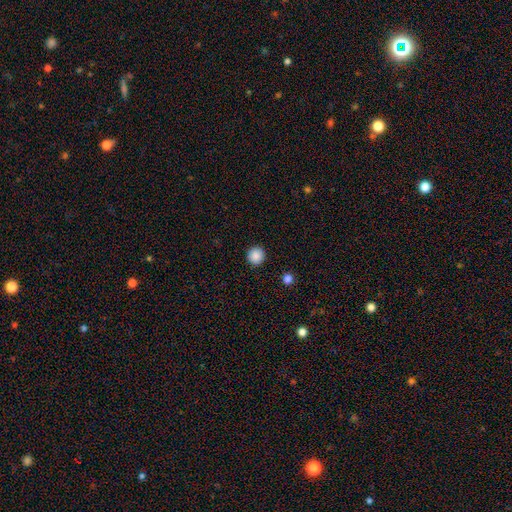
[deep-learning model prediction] smooth 88%, star or artifact 9%, featured or disk 3%. Down the decision tree: how rounded — round (94%); merging — none (93%).